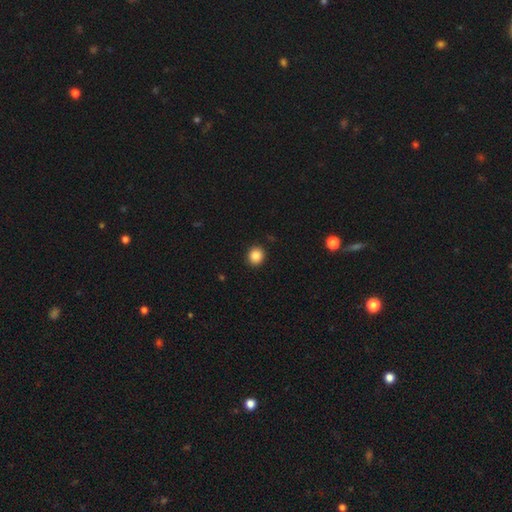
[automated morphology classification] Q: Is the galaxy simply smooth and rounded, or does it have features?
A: smooth — 87%.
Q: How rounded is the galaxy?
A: round — 83%.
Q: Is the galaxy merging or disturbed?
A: none — 91%.